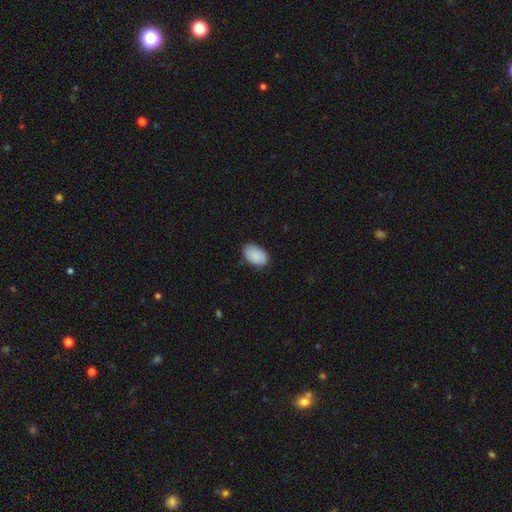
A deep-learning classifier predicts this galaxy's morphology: Smooth or featured? Predicted: smooth (p=0.86). How rounded? Predicted: in between (p=0.92). Merging? Predicted: none (p=0.80).